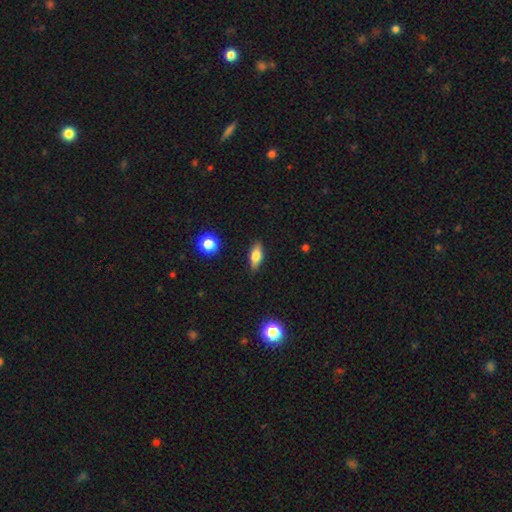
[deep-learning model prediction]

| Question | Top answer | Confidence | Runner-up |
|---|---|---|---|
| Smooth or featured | smooth | 68% | featured or disk (24%) |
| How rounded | in between | 73% | cigar-shaped (23%) |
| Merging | none | 87% | minor disturbance (10%) |